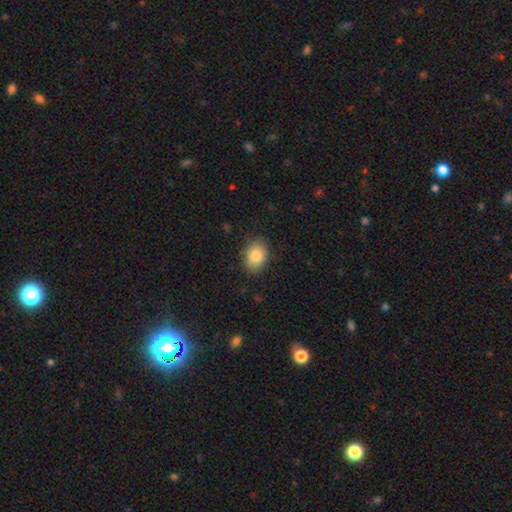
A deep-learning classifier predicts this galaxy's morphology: Smooth or featured? smooth (84%)
How rounded? in between (74%)
Merging? none (85%)